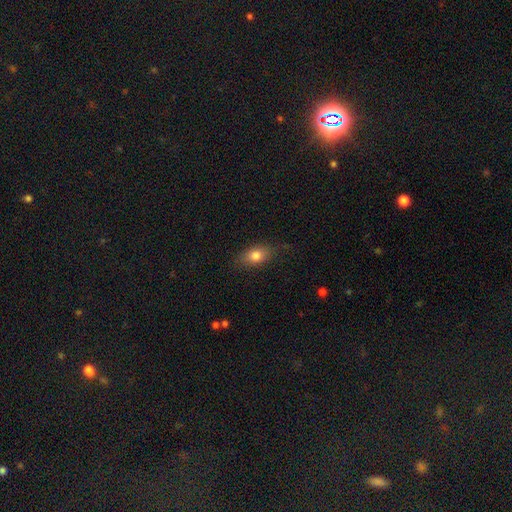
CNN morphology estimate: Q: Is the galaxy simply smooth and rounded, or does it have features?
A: smooth — 79%.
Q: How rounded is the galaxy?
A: in between — 81%.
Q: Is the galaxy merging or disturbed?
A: none — 77%.